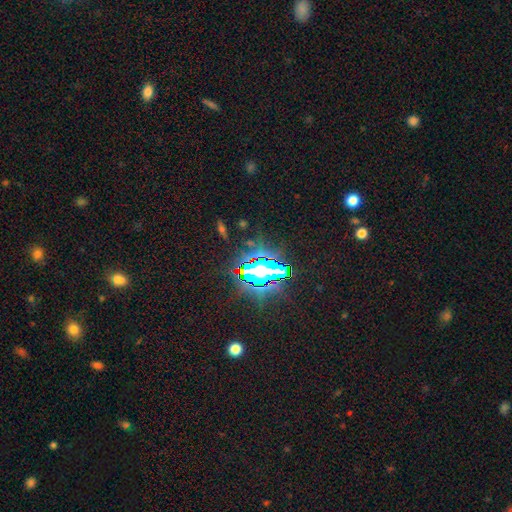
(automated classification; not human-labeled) Q: Smooth or featured?
A: star or artifact (82%); runner-up: smooth (11%)